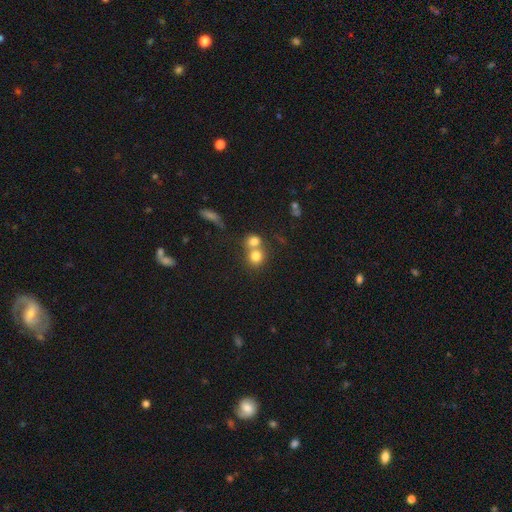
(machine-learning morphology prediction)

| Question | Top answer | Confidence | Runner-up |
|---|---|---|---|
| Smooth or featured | smooth | 76% | featured or disk (12%) |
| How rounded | round | 82% | in between (17%) |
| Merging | merger | 54% | none (37%) |